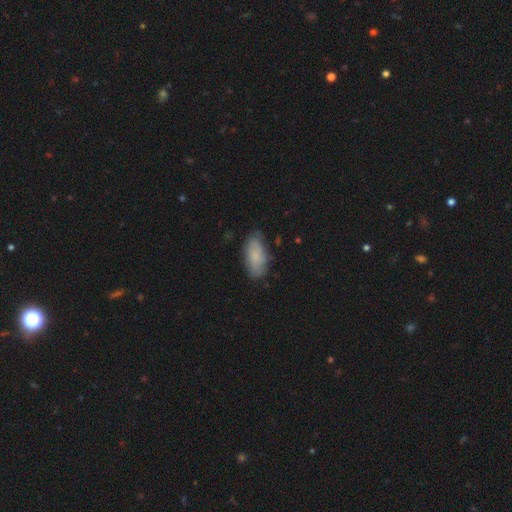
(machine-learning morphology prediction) Smooth or featured? Predicted: smooth (p=0.69). How rounded? Predicted: in between (p=0.89). Merging? Predicted: none (p=0.71).